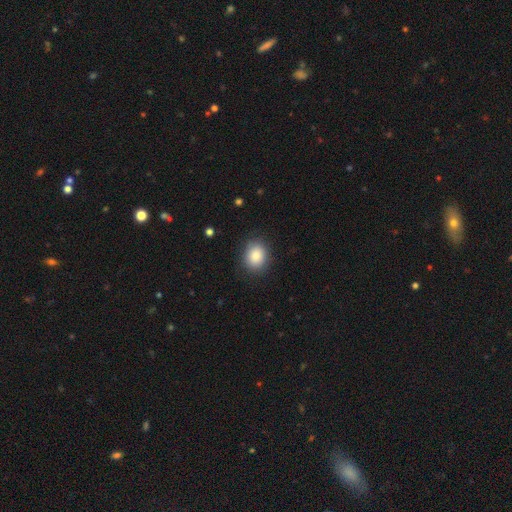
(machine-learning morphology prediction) A smooth galaxy with no disk features (87%) that is round (54%). Merging: none (86%).